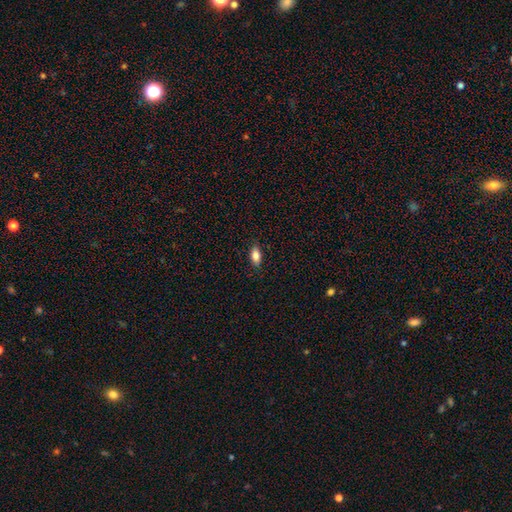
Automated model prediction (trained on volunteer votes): This is clearly a smooth galaxy (84%). How rounded: clearly in between (88%). Merging: clearly none (86%).